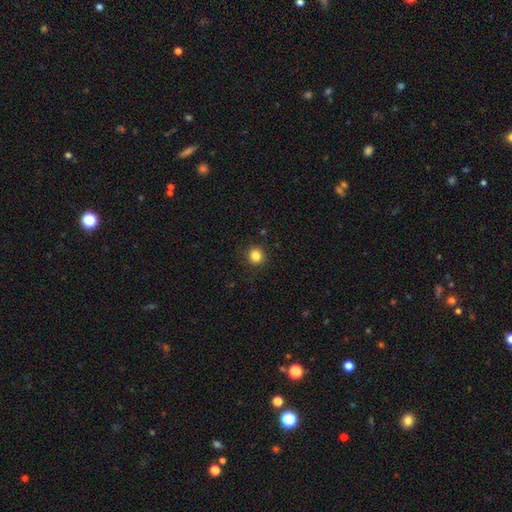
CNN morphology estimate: A smooth galaxy with no disk features (84%) that is round (87%). Merging: none (90%).